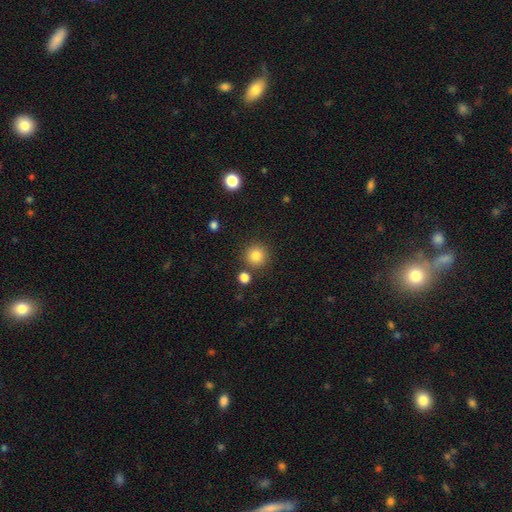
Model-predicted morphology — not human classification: Smooth or featured? Predicted: smooth (p=0.85). How rounded? Predicted: round (p=0.94). Merging? Predicted: none (p=0.84).